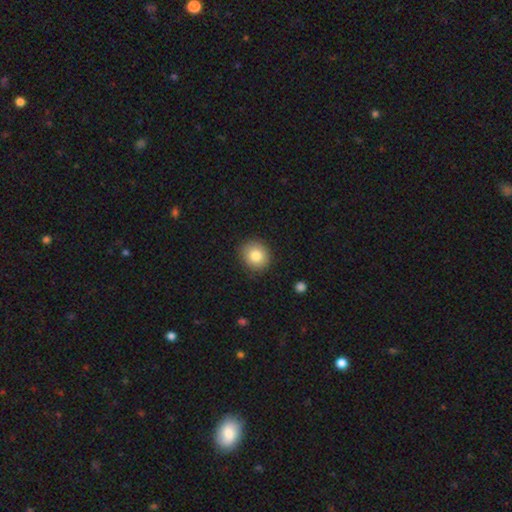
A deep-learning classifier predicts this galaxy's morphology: This is clearly a smooth galaxy (83%). How rounded: clearly round (81%). Merging: clearly none (88%).